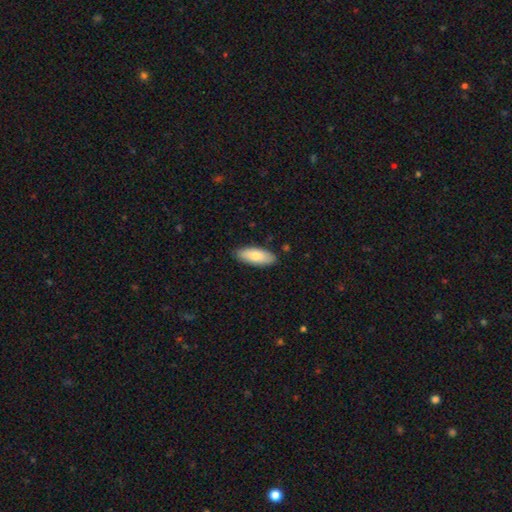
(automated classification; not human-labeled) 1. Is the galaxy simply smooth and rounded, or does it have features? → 80% smooth, 14% featured or disk, 6% star or artifact.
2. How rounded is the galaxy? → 79% in between, 19% cigar-shaped, 2% round.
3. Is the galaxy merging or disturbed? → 87% none, 10% minor disturbance, 2% major disturbance, 1% merger.